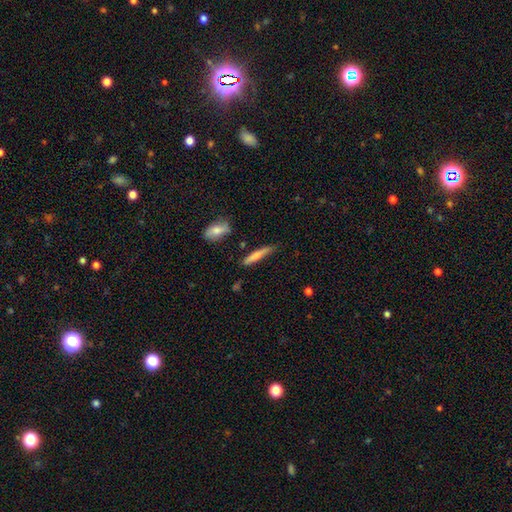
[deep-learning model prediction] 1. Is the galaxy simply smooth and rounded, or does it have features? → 72% smooth, 22% featured or disk, 6% star or artifact.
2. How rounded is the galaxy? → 89% cigar-shaped, 9% in between, 2% round.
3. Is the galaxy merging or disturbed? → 72% none, 21% minor disturbance, 4% major disturbance, 4% merger.